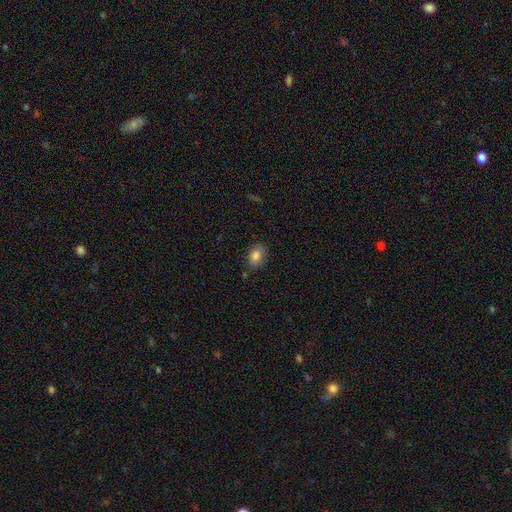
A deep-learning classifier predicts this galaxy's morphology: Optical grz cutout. It shows a smooth galaxy with no disk features (84%) that is in between round and cigar-shaped (80%). Merging: none (78%).